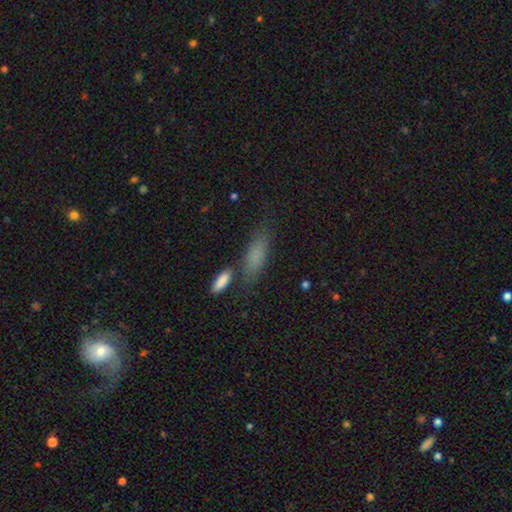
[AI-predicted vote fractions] A smooth galaxy with no disk features (79%) that is in between round and cigar-shaped (56%).

Vote fractions:
- Smooth or featured? smooth: 79% / featured or disk: 12% / star or artifact: 10%
- How rounded? in between: 56% / cigar-shaped: 41% / round: 3%
- Merging? none: 63% / merger: 16% / minor disturbance: 16% / major disturbance: 6%